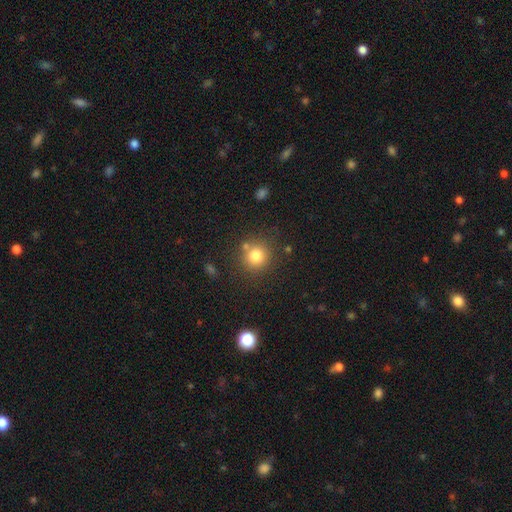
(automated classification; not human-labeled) Overall: smooth (79%). How rounded: round (91%). Merging: none (77%).